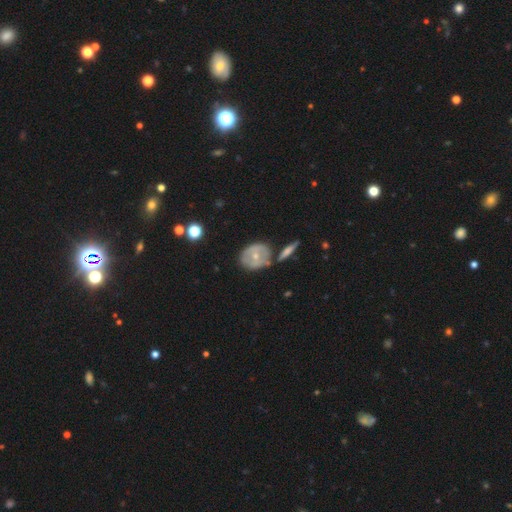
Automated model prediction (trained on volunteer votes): Smooth or featured? featured or disk (53%)
Edge-on disk? no (90%)
Merging? none (59%)